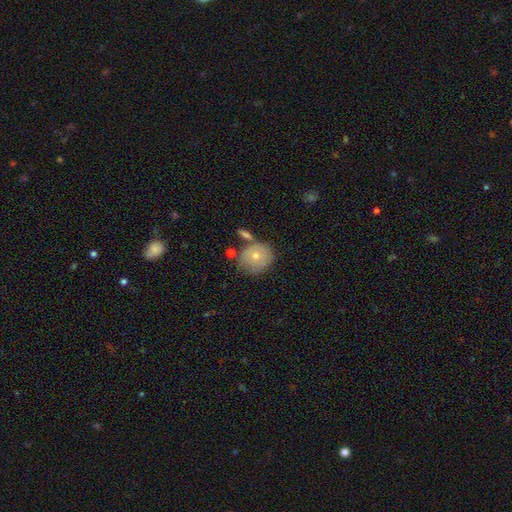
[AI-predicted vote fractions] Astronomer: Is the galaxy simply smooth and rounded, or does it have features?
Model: smooth — 68%.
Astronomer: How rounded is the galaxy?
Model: round — 79%.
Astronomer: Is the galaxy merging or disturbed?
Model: none — 58%.